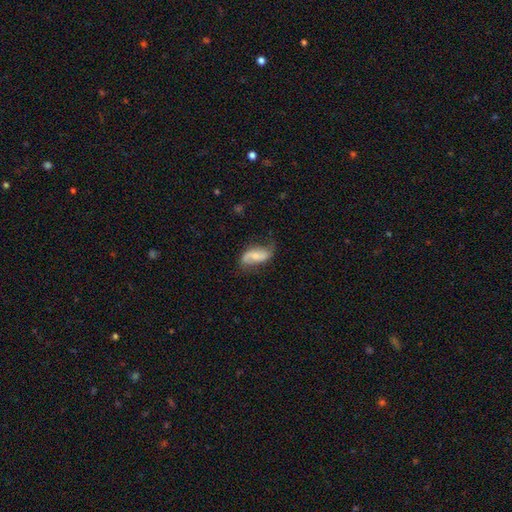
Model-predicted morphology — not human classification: Smooth or featured? Predicted: featured or disk (p=0.60). Edge-on disk? Predicted: no (p=0.95). Bar? Predicted: no (p=0.42). Spiral arms? Predicted: yes (p=0.90). Spiral winding? Predicted: loose (p=0.70). Spiral arm count? Predicted: 2 (p=0.87). Bulge size? Predicted: small (p=0.44). Merging? Predicted: none (p=0.57).